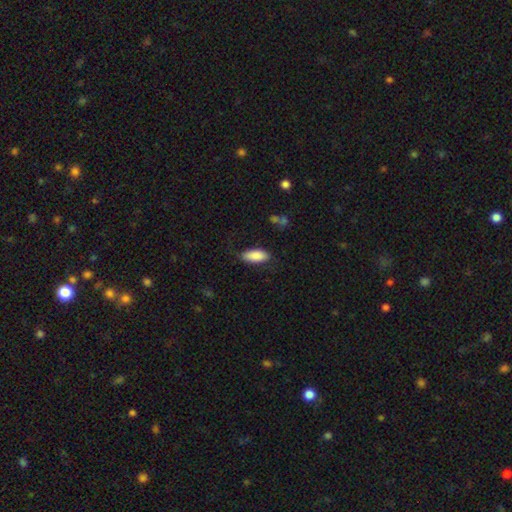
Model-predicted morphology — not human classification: Q: Smooth or featured?
A: smooth (87%); runner-up: featured or disk (7%)
Q: How rounded?
A: in between (85%); runner-up: cigar-shaped (13%)
Q: Merging?
A: none (76%); runner-up: minor disturbance (17%)